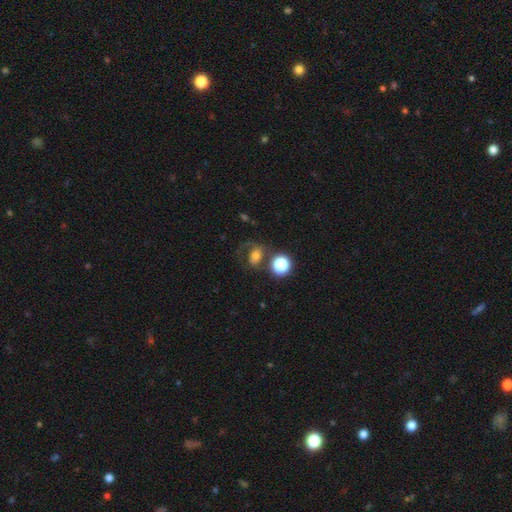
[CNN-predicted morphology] A smooth galaxy with no disk features (51%) that is in between round and cigar-shaped (53%).

Vote fractions:
- Smooth or featured? smooth: 51% / featured or disk: 33% / star or artifact: 16%
- How rounded? in between: 53% / round: 45% / cigar-shaped: 2%
- Merging? none: 44% / major disturbance: 23% / minor disturbance: 17% / merger: 15%